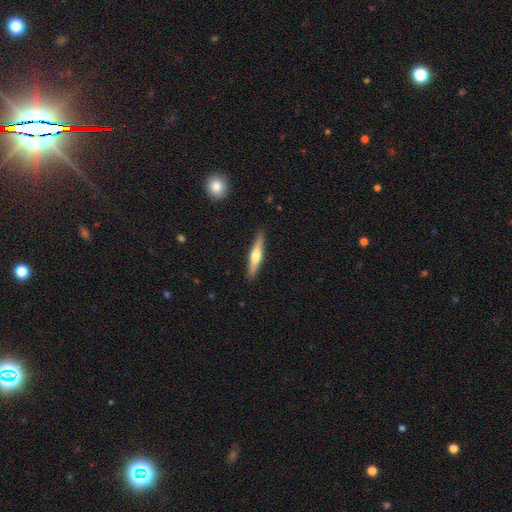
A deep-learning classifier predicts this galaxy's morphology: This is possibly a smooth galaxy (52%). How rounded: clearly cigar-shaped (86%). Merging: clearly none (89%).